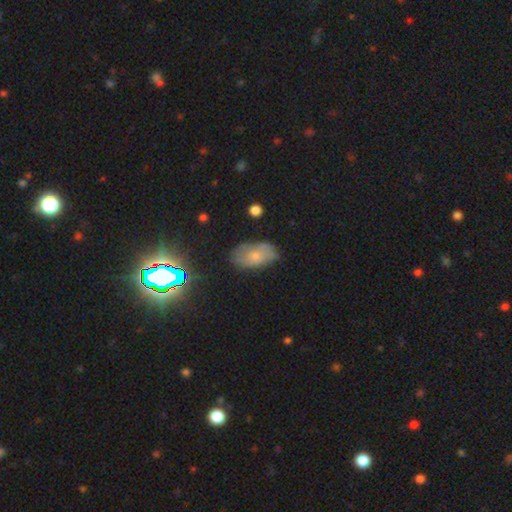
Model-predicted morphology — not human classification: type=smooth (56%); roundness=in between (92%); merging=none (66%).